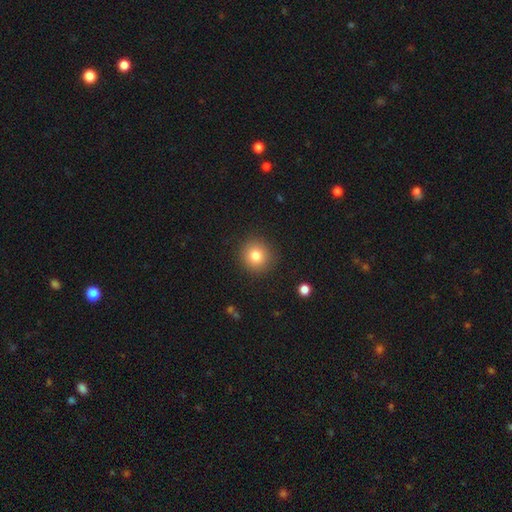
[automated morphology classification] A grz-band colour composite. It shows a smooth galaxy with no disk features (81%) that is round (92%). Merging: none (90%).